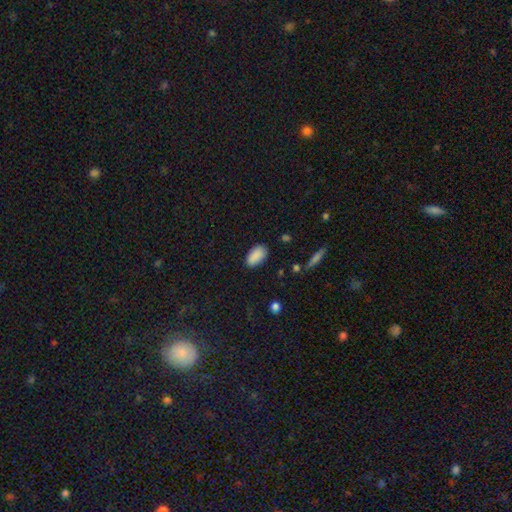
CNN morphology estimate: smooth_or_featured: smooth (p=0.89) [alt: star or artifact p=0.07]
how_rounded: in between (p=0.94) [alt: round p=0.04]
merging: none (p=0.84) [alt: minor disturbance p=0.12]